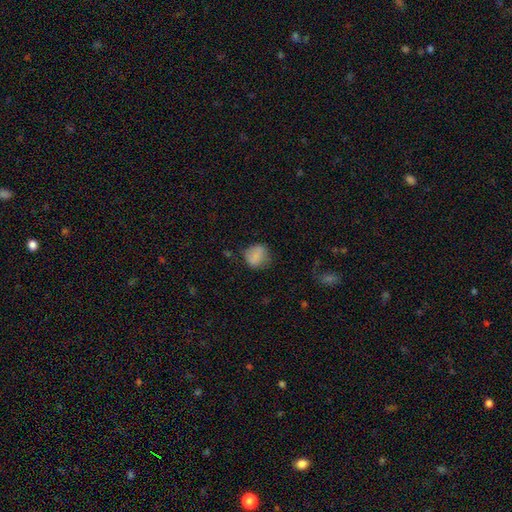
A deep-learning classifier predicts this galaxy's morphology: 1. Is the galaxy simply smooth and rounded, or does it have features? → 79% smooth, 11% featured or disk, 10% star or artifact.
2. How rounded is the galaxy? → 66% round, 32% in between, 1% cigar-shaped.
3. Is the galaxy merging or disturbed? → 62% none, 26% minor disturbance, 10% major disturbance, 2% merger.